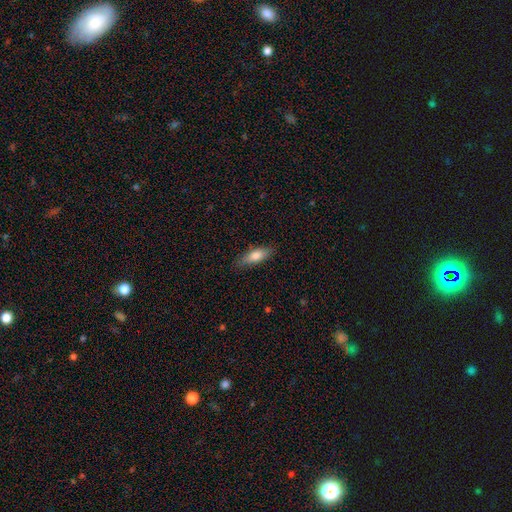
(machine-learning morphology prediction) Smooth or featured? Predicted: smooth (p=0.77). How rounded? Predicted: in between (p=0.59). Merging? Predicted: none (p=0.85).